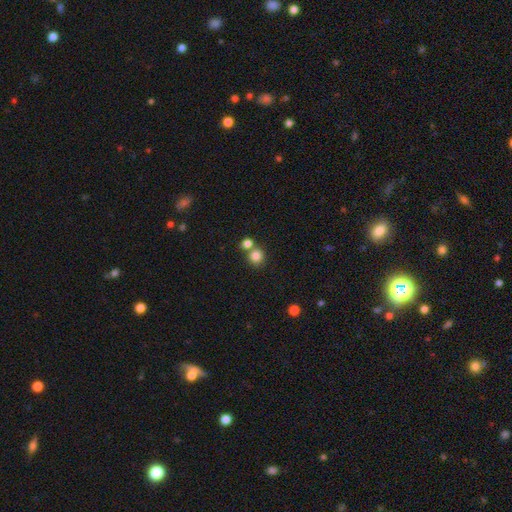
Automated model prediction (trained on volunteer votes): A smooth galaxy with no disk features (82%) that is round (87%).

Vote fractions:
- Smooth or featured? smooth: 82% / star or artifact: 11% / featured or disk: 6%
- How rounded? round: 87% / in between: 12% / cigar-shaped: 1%
- Merging? none: 58% / merger: 33% / minor disturbance: 7% / major disturbance: 3%